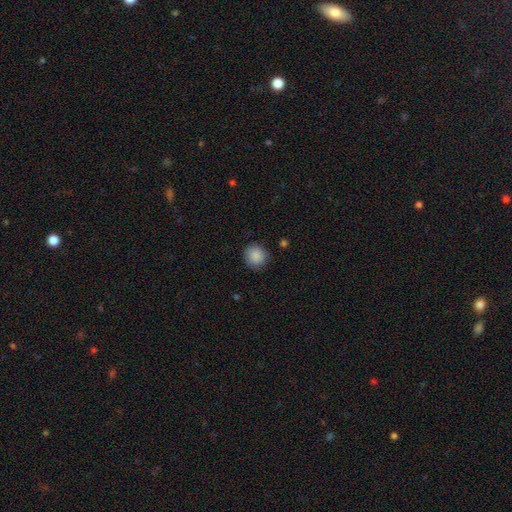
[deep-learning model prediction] Q: Smooth or featured?
A: smooth (88%); runner-up: star or artifact (8%)
Q: How rounded?
A: round (87%); runner-up: in between (12%)
Q: Merging?
A: none (86%); runner-up: minor disturbance (11%)